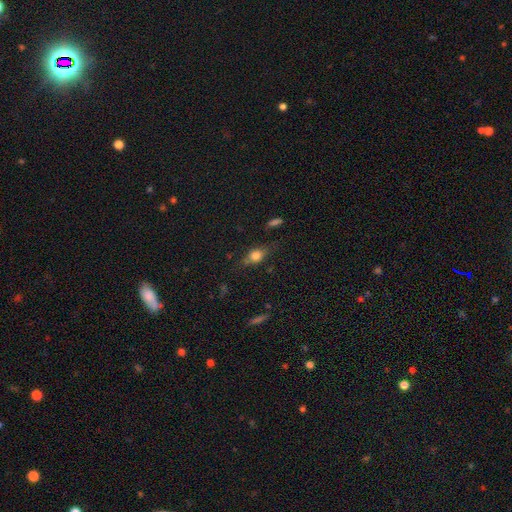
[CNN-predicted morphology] Q: Smooth or featured?
A: smooth (68%); runner-up: featured or disk (20%)
Q: How rounded?
A: in between (59%); runner-up: round (32%)
Q: Merging?
A: none (67%); runner-up: minor disturbance (22%)